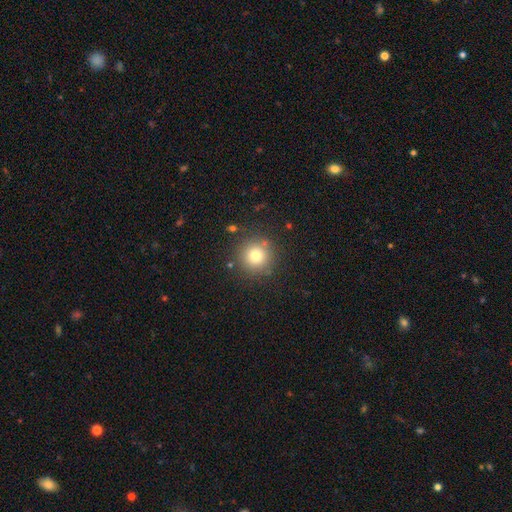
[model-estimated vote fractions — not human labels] This is likely a smooth galaxy (77%). How rounded: clearly round (95%). Merging: clearly none (86%).